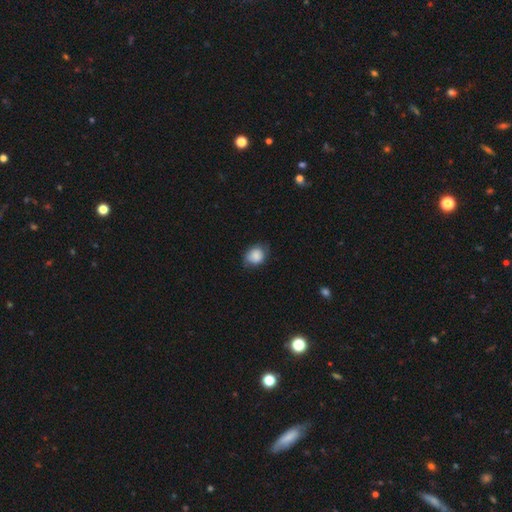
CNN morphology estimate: Smooth or featured: smooth — 83% (featured or disk — 9%)
How rounded: round — 52% (in between — 47%)
Merging: none — 64% (minor disturbance — 28%)